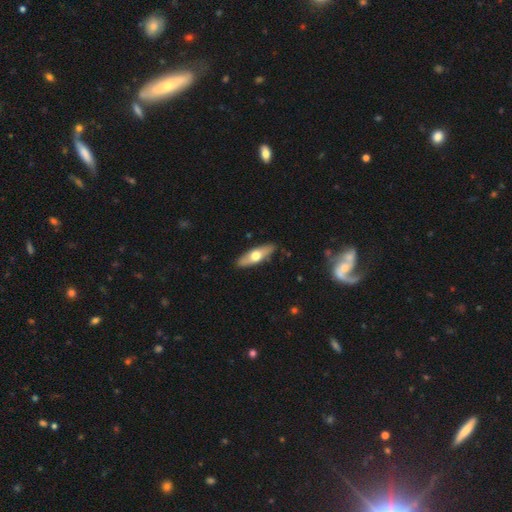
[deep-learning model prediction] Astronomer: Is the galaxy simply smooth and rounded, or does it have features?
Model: smooth — 53% (runner-up: featured or disk, 42%).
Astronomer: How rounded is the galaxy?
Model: in between — 51% (runner-up: cigar-shaped, 46%).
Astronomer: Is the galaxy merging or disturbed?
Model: none — 87%.